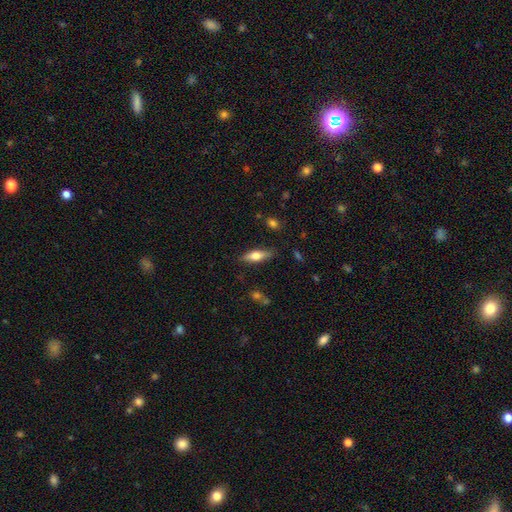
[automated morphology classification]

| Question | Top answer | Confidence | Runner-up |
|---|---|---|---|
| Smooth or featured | smooth | 57% | featured or disk (36%) |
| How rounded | in between | 50% | cigar-shaped (47%) |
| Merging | none | 84% | minor disturbance (12%) |